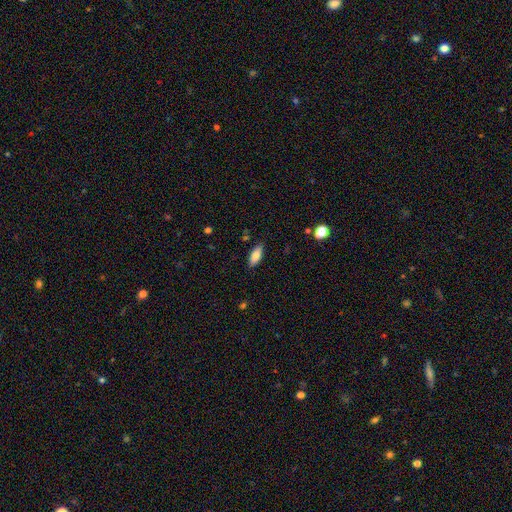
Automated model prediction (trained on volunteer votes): Smooth or featured: smooth — 82% (featured or disk — 11%)
How rounded: in between — 79% (cigar-shaped — 19%)
Merging: none — 86% (minor disturbance — 11%)